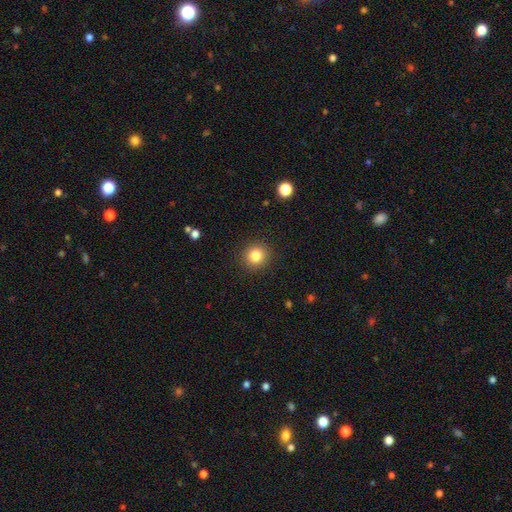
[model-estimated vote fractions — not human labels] Smooth or featured: smooth — 83% (star or artifact — 11%)
How rounded: round — 92% (in between — 7%)
Merging: none — 91% (minor disturbance — 6%)